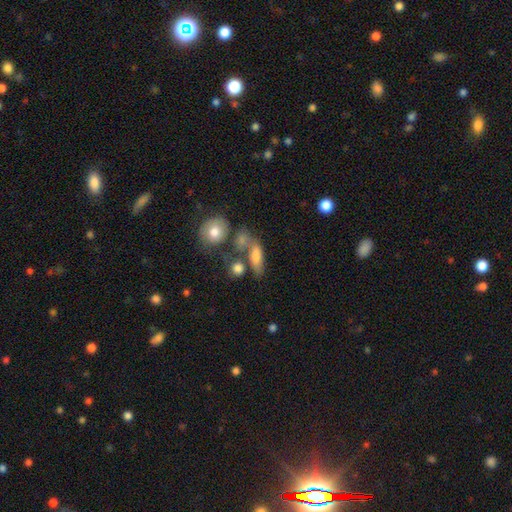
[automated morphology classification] smooth_or_featured: smooth (p=0.72) [alt: featured or disk p=0.18]
how_rounded: in between (p=0.62) [alt: cigar-shaped p=0.25]
merging: none (p=0.41) [alt: merger p=0.31]